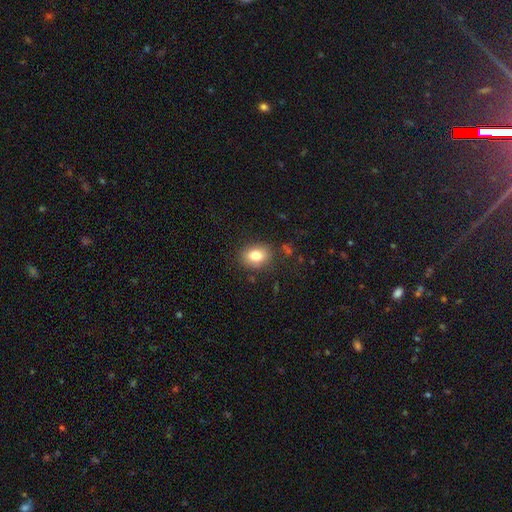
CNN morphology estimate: smooth_or_featured: smooth (p=0.79) [alt: featured or disk p=0.10]
how_rounded: in between (p=0.61) [alt: round p=0.38]
merging: none (p=0.83) [alt: minor disturbance p=0.11]